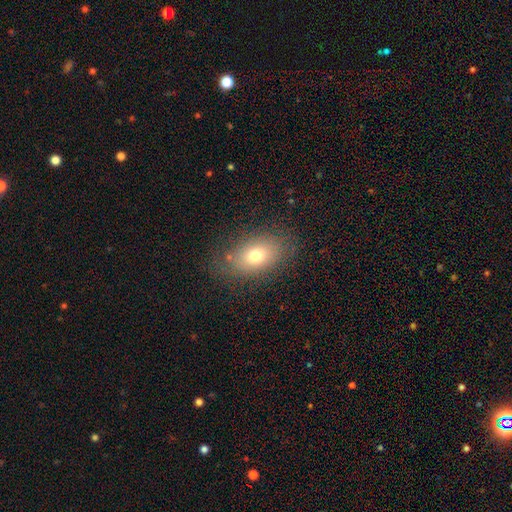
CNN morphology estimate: A smooth galaxy with no disk features (72%) that is in between round and cigar-shaped (84%). Merging: none (78%).